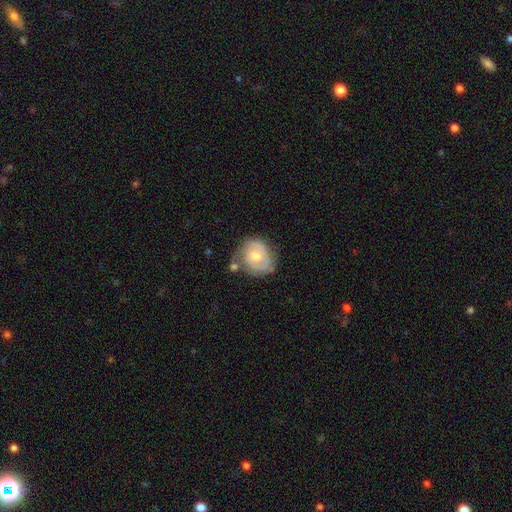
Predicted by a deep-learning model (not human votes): A featured or disk galaxy (64%) with no bar (63%), 2 (61%) tight (52%) spiral arms (83%) and a moderate central bulge (61%). Merging: none (62%).